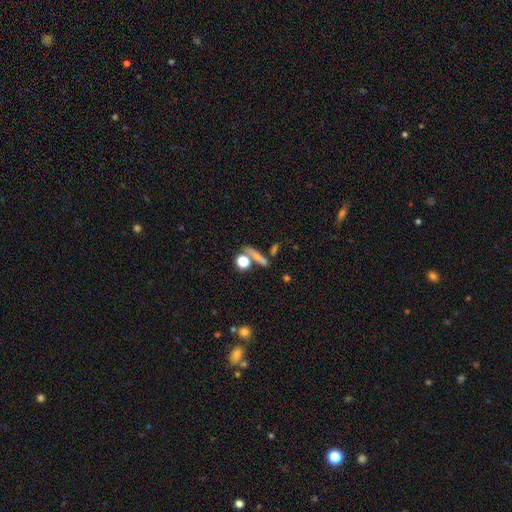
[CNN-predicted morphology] Smooth or featured: smooth — 61% (featured or disk — 20%)
How rounded: cigar-shaped — 43% (round — 35%)
Merging: none — 63% (merger — 20%)